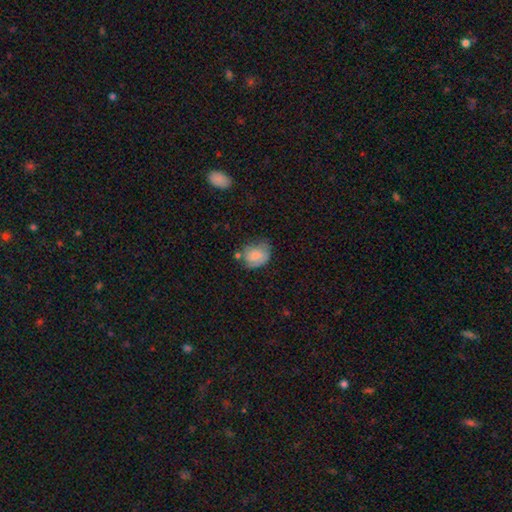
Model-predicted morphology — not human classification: type=smooth (69%); roundness=in between (52%); merging=none (46%).